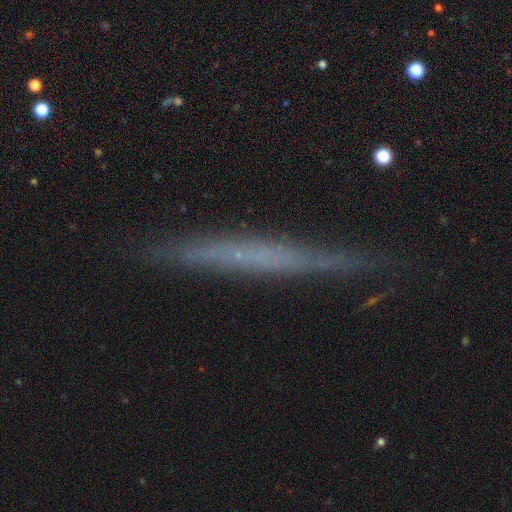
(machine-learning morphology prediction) Smooth or featured: featured or disk — 55% (smooth — 35%)
Edge-on disk: yes — 94% (no — 6%)
Edge-on bulge: none — 88% (rounded — 7%)
Merging: none — 85% (minor disturbance — 12%)